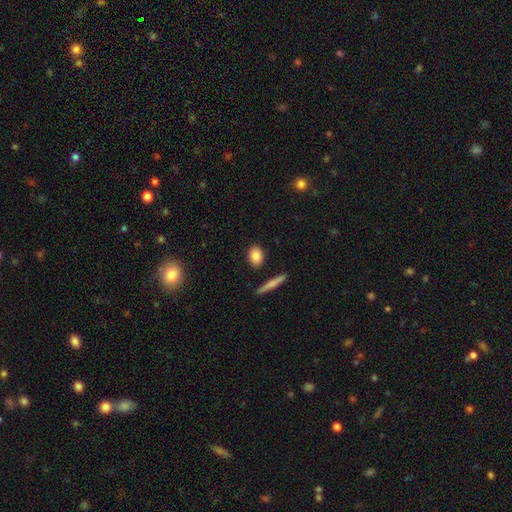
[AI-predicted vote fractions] Smooth or featured? smooth (85%)
How rounded? in between (66%)
Merging? none (87%)